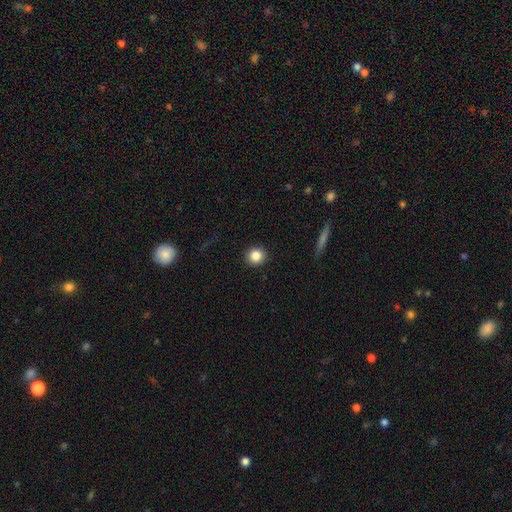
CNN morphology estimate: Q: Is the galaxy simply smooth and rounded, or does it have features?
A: smooth — 85%.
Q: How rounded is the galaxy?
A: round — 91%.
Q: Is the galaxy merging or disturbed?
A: none — 92%.